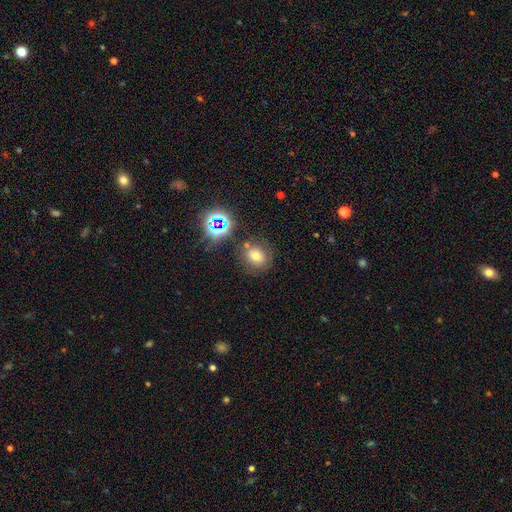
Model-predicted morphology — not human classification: Smooth or featured: smooth — 65% (star or artifact — 23%)
How rounded: round — 76% (in between — 23%)
Merging: none — 73% (minor disturbance — 12%)